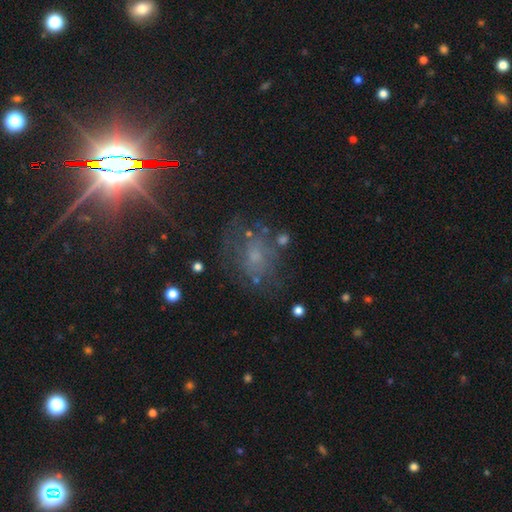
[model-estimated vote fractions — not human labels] Q: Smooth or featured?
A: featured or disk (39%); runner-up: smooth (38%)
Q: Merging?
A: none (53%); runner-up: major disturbance (21%)